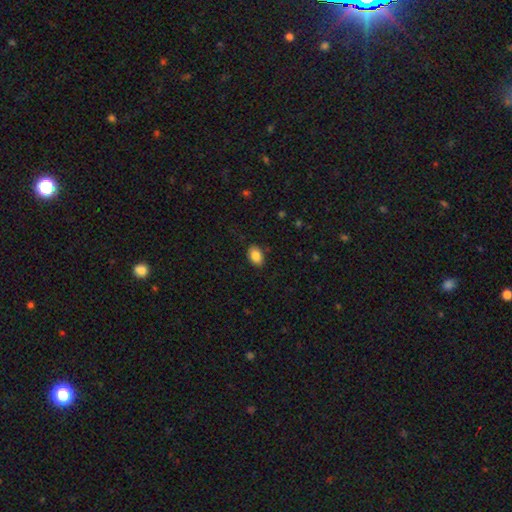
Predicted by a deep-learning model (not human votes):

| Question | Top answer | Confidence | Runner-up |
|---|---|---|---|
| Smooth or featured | smooth | 87% | star or artifact (8%) |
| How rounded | in between | 86% | round (13%) |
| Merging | none | 86% | minor disturbance (11%) |